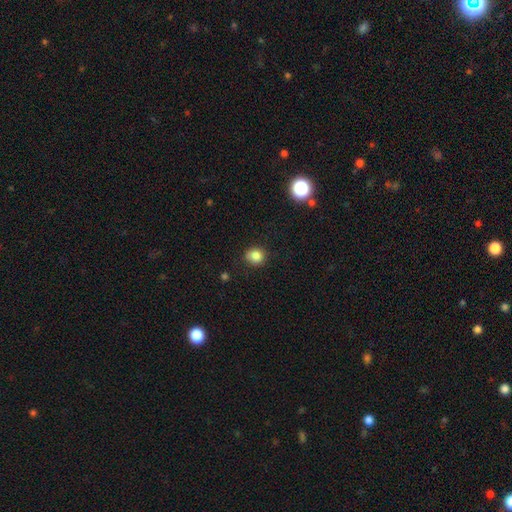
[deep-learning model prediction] Smooth or featured? smooth (85%)
How rounded? round (82%)
Merging? none (82%)